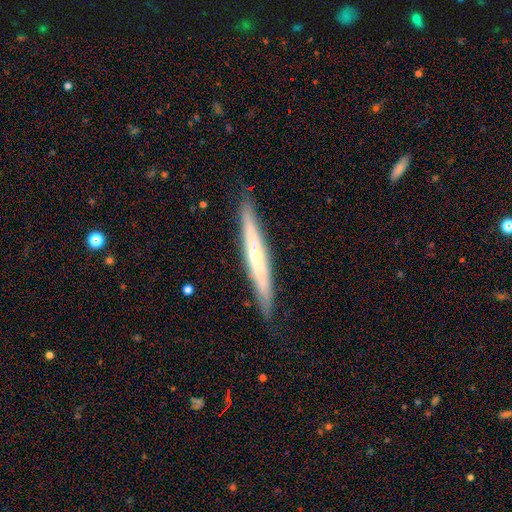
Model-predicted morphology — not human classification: The model was most divided on "edge-on bulge": rounded: 55%, none: 41%, boxy: 4%. More confident: edge-on disk — yes (94%); merging — none (88%); smooth or featured — featured or disk (61%).